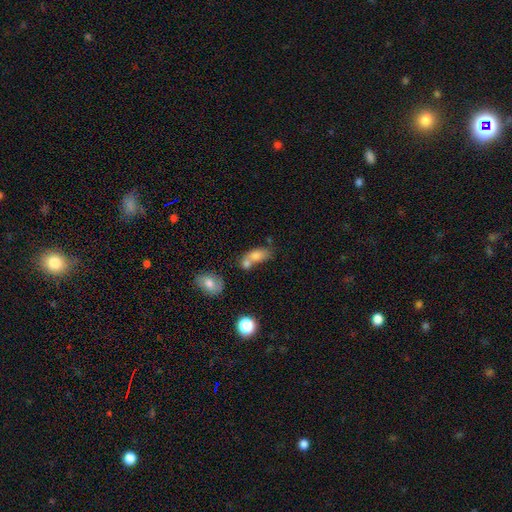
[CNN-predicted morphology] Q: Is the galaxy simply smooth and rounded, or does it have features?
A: smooth — 75%.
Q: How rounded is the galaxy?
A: in between — 82%.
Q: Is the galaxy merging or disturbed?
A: merger — 55%.